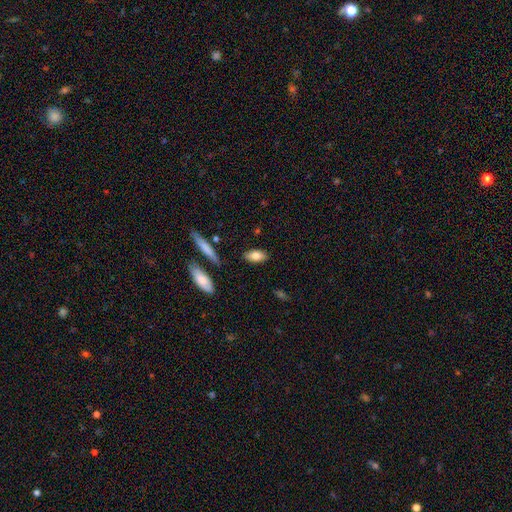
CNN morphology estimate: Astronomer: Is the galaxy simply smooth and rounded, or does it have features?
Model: smooth — 79%.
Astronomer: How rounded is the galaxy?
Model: in between — 86%.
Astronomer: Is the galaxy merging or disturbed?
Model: none — 85%.